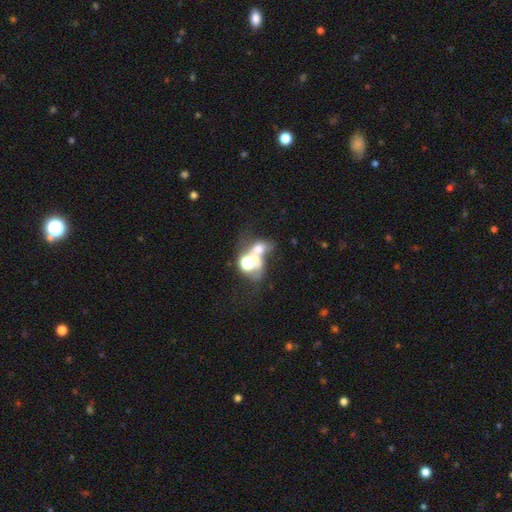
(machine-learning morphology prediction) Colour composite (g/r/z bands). It shows a smooth galaxy with no disk features (45%). Merging: merger (58%).